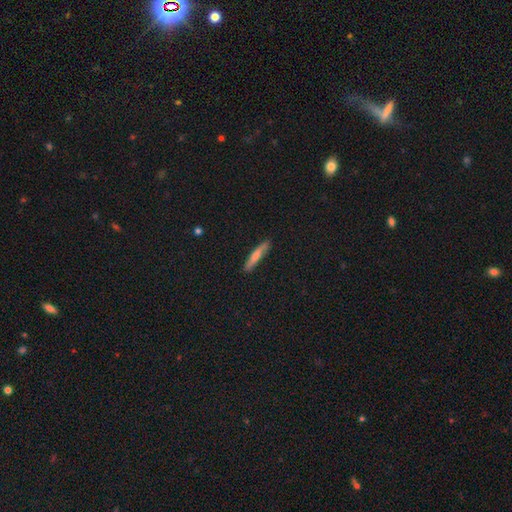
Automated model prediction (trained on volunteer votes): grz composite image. It shows a smooth galaxy with no disk features (62%) that is cigar-shaped (92%). Merging: none (88%).